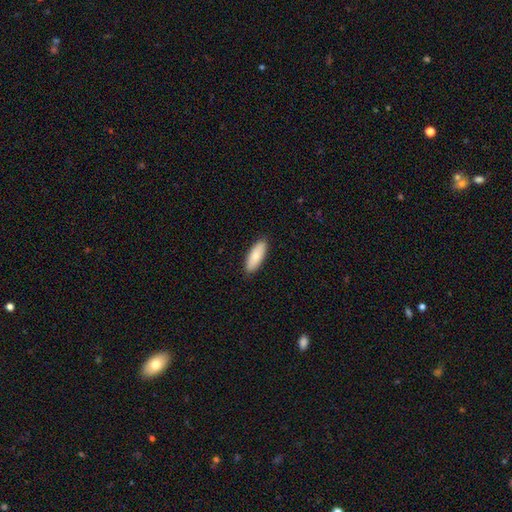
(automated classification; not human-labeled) smooth 84%, featured or disk 11%, star or artifact 6%. Down the decision tree: how rounded — in between (70%); merging — none (89%).